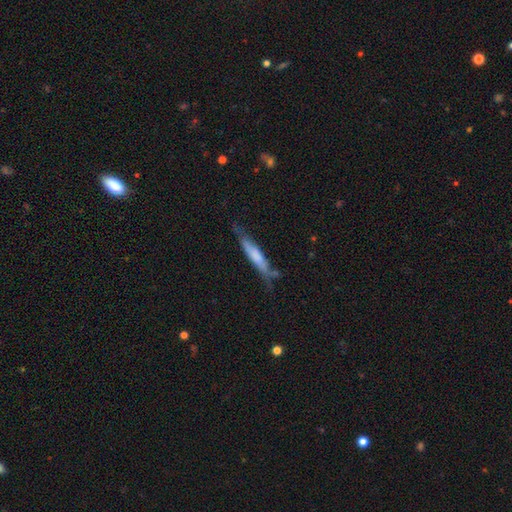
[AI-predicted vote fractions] Overall: smooth (57%; featured or disk 37%). How rounded: cigar-shaped (89%). Merging: none (61%; minor disturbance 26%).